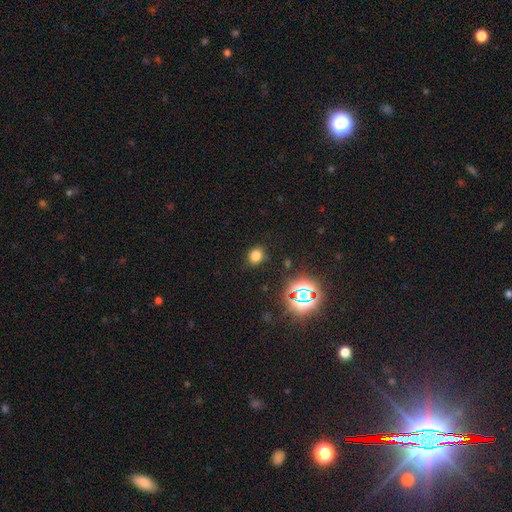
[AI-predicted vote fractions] Smooth or featured?
  - smooth: 74% *
  - star or artifact: 20%
  - featured or disk: 6%
How rounded?
  - round: 50% *
  - in between: 49%
  - cigar-shaped: 1%
Merging?
  - none: 83% *
  - minor disturbance: 12%
  - major disturbance: 3%
  - merger: 2%